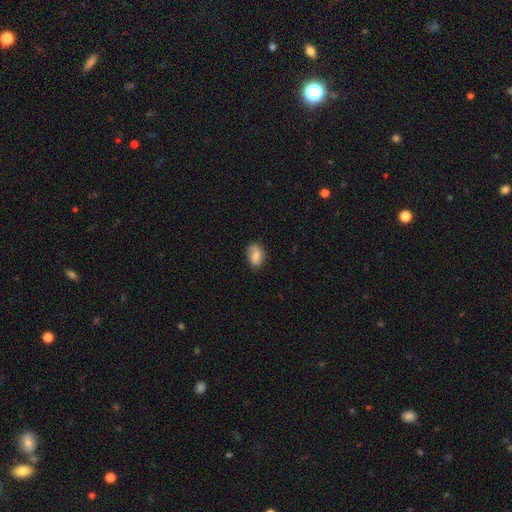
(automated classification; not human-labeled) This is likely a smooth galaxy (79%). How rounded: clearly in between (85%). Merging: likely none (70%).